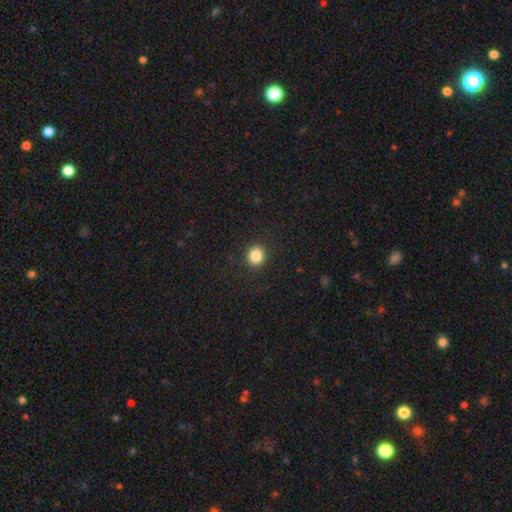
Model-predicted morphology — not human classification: type=smooth (85%); roundness=round (80%); merging=none (90%).